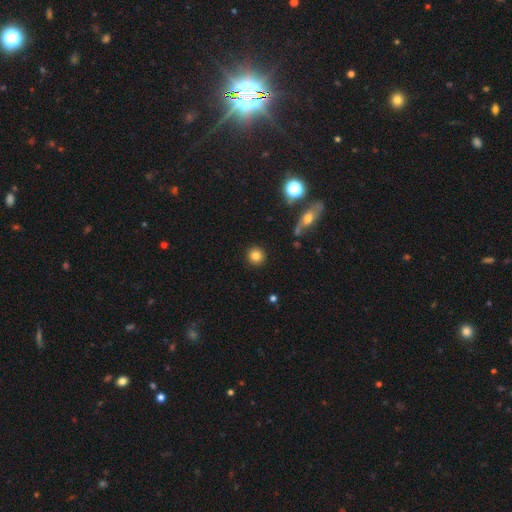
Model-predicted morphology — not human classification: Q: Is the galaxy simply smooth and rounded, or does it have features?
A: smooth — 82%.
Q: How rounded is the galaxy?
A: round — 94%.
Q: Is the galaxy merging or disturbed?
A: none — 91%.